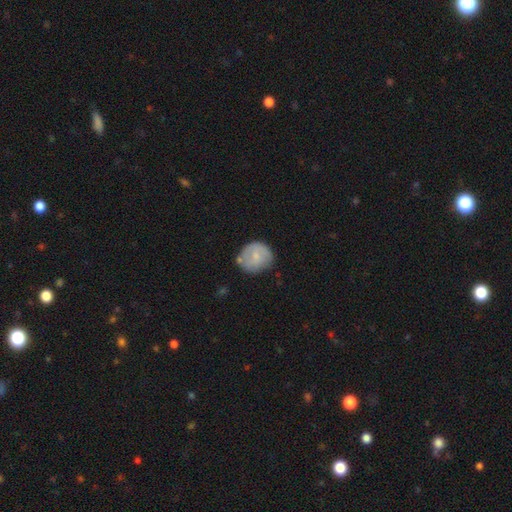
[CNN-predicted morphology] This is likely a smooth galaxy (63%). How rounded: likely round (80%). Merging: possibly none (58%).